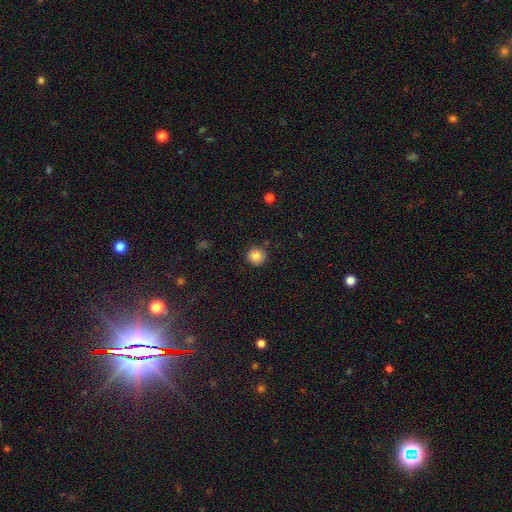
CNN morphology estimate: Q: Smooth or featured?
A: smooth (85%); runner-up: star or artifact (10%)
Q: How rounded?
A: round (93%); runner-up: in between (6%)
Q: Merging?
A: none (88%); runner-up: minor disturbance (8%)